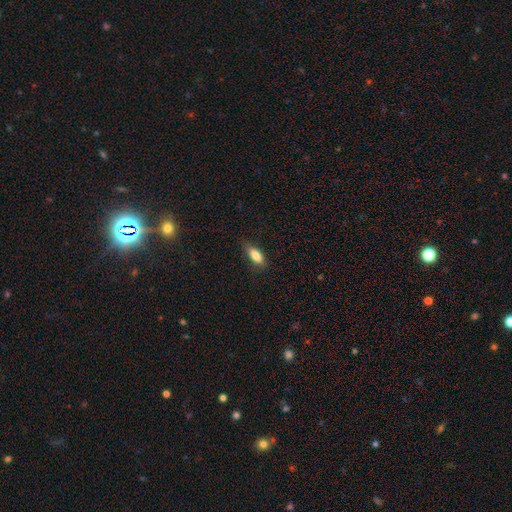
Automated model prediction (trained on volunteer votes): Smooth or featured?
  - smooth: 82% *
  - featured or disk: 11%
  - star or artifact: 7%
How rounded?
  - in between: 76% *
  - cigar-shaped: 21%
  - round: 3%
Merging?
  - none: 80% *
  - minor disturbance: 16%
  - major disturbance: 3%
  - merger: 1%